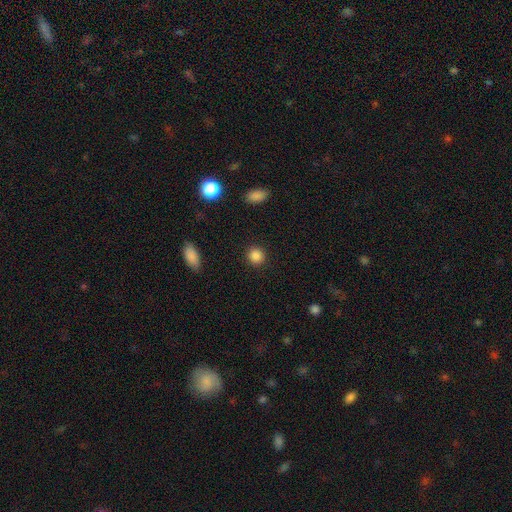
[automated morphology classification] This is clearly a smooth galaxy (87%). How rounded: clearly round (90%). Merging: clearly none (91%).